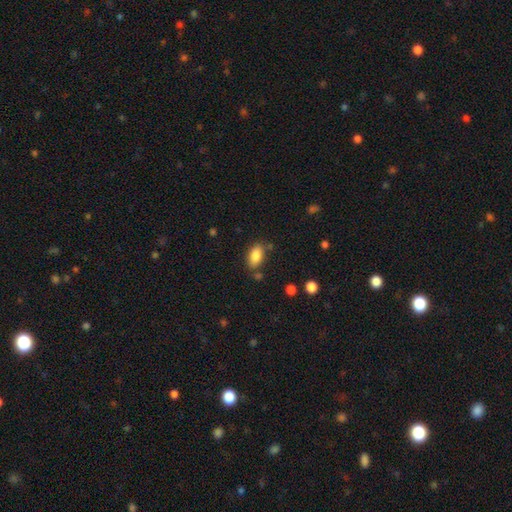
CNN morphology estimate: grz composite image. It shows a smooth galaxy with no disk features (85%) that is in between round and cigar-shaped (92%). Merging: none (76%).